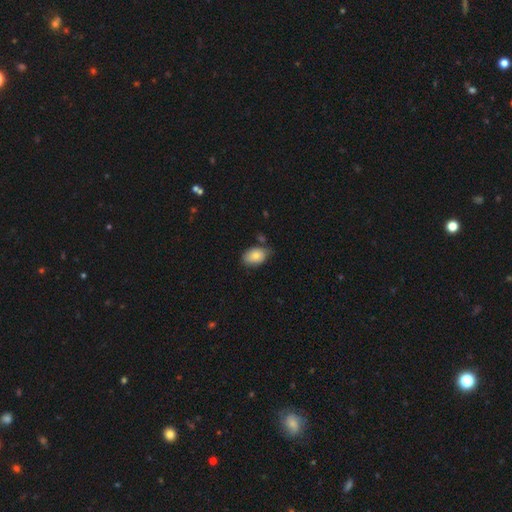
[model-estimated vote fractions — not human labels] smooth-or-featured: smooth: 83% | featured or disk: 10% | star or artifact: 7%
  how-rounded: in between: 87% | round: 12% | cigar-shaped: 1%
  merging: none: 65% | minor disturbance: 25% | merger: 5% | major disturbance: 5%